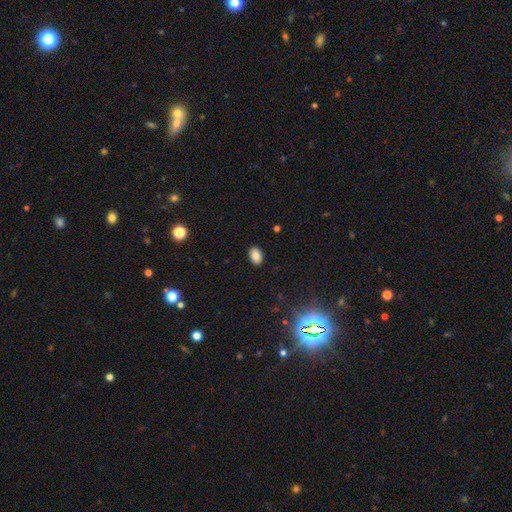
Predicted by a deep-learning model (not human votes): smooth_or_featured: smooth (p=0.85) [alt: star or artifact p=0.10]
how_rounded: in between (p=0.87) [alt: round p=0.12]
merging: none (p=0.89) [alt: minor disturbance p=0.08]